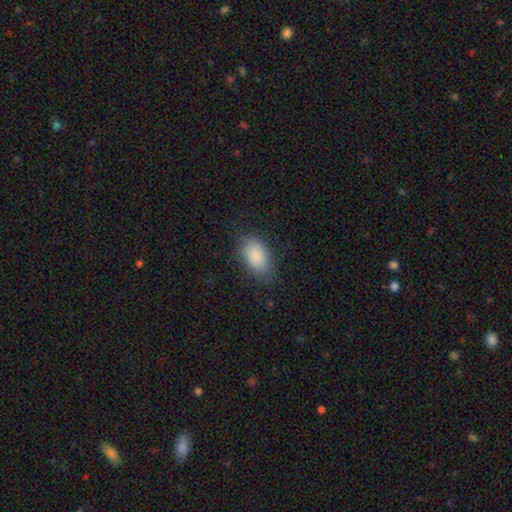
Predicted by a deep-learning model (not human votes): smooth_or_featured: smooth (p=0.88) [alt: star or artifact p=0.07]
how_rounded: in between (p=0.92) [alt: round p=0.06]
merging: none (p=0.79) [alt: minor disturbance p=0.15]